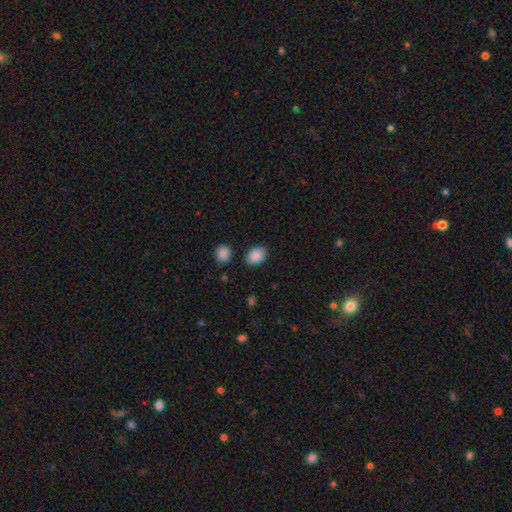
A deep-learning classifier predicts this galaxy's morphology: Q: Smooth or featured?
A: smooth (87%); runner-up: star or artifact (8%)
Q: How rounded?
A: in between (79%); runner-up: round (20%)
Q: Merging?
A: none (83%); runner-up: minor disturbance (11%)